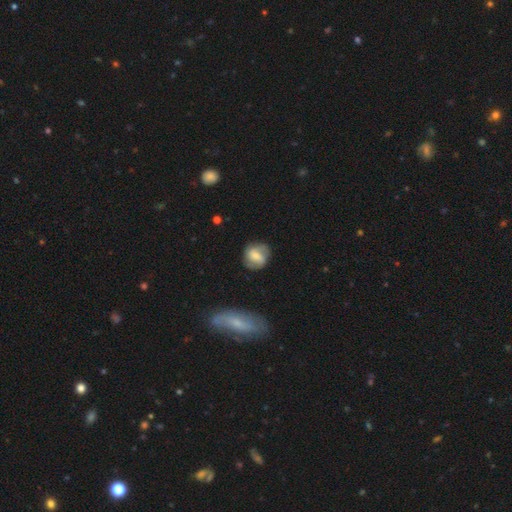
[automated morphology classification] This appears to be a featured or disk galaxy (52%). Merging: none (72%).